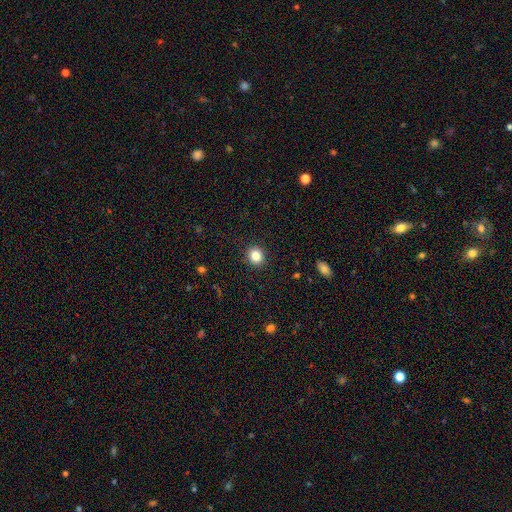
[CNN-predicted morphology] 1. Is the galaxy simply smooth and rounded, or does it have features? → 84% smooth, 11% star or artifact, 6% featured or disk.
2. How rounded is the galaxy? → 79% round, 20% in between, 1% cigar-shaped.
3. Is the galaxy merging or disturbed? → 91% none, 6% minor disturbance, 2% major disturbance, 1% merger.